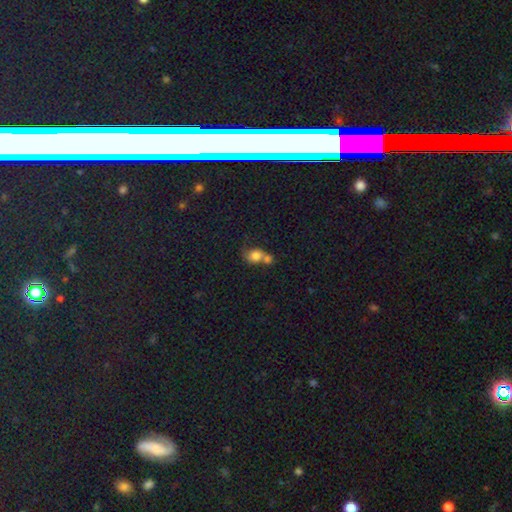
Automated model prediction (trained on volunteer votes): This is likely a smooth galaxy (76%). How rounded: likely round (62%). Merging: likely merger (63%).